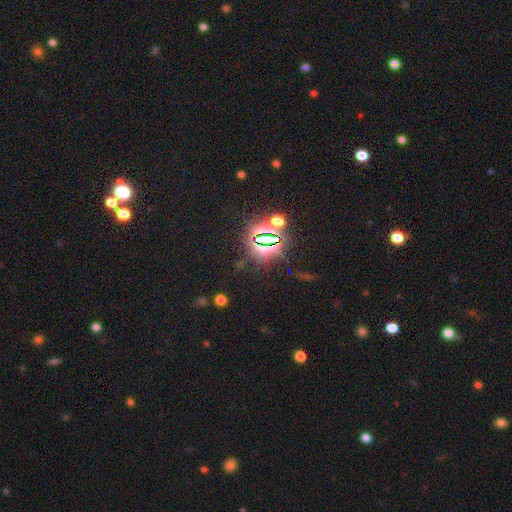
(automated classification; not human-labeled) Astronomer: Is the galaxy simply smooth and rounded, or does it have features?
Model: star or artifact — 83%.